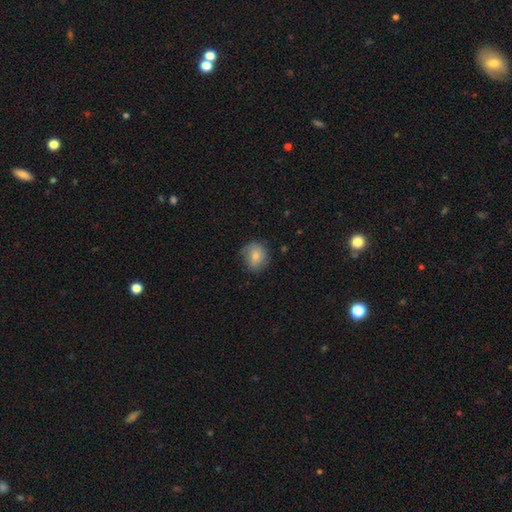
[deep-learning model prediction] Overall: smooth (76%). How rounded: round (69%; in between 30%). Merging: none (65%; minor disturbance 26%).